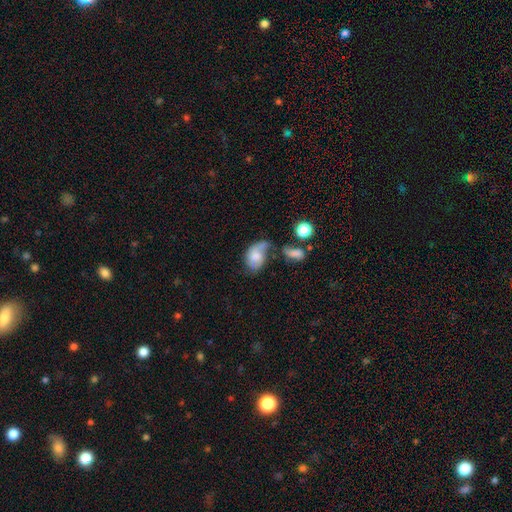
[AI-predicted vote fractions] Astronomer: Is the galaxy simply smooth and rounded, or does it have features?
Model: smooth — 58% (runner-up: featured or disk, 34%).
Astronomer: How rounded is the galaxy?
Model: in between — 82%.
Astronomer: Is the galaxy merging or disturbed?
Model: major disturbance — 28% (runner-up: merger, 24%).